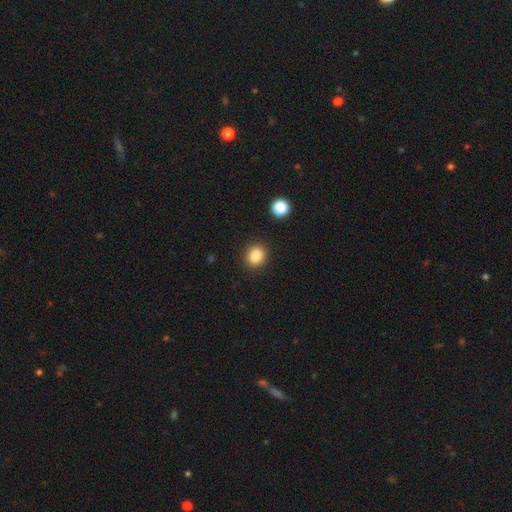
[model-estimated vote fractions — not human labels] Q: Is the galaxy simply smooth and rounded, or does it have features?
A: smooth — 85%.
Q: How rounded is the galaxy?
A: round — 78%.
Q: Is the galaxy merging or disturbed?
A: none — 89%.